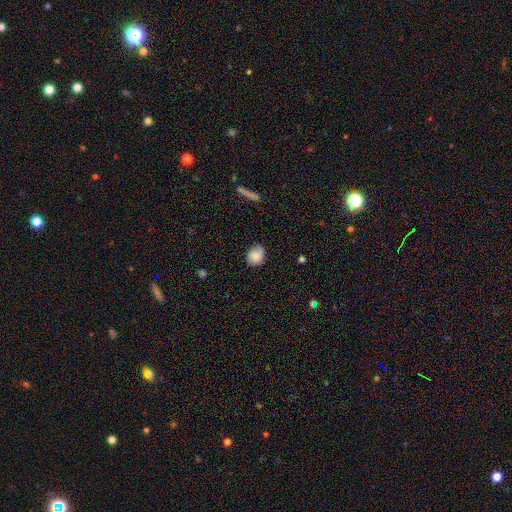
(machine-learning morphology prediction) Q: Smooth or featured?
A: smooth (85%); runner-up: star or artifact (8%)
Q: How rounded?
A: round (61%); runner-up: in between (38%)
Q: Merging?
A: none (79%); runner-up: minor disturbance (17%)